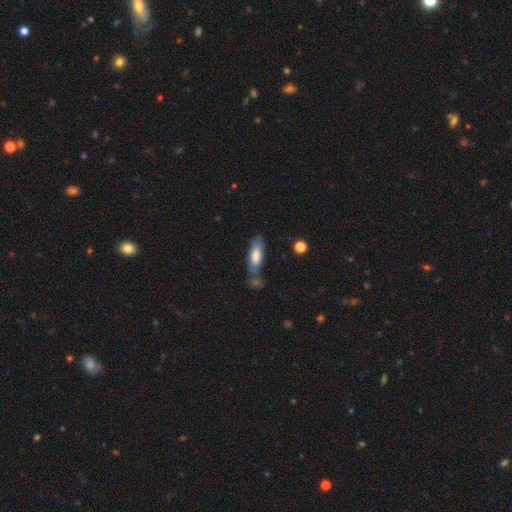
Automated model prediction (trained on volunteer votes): A smooth galaxy with no disk features (72%) that is in between round and cigar-shaped (54%). Merging: none (57%).